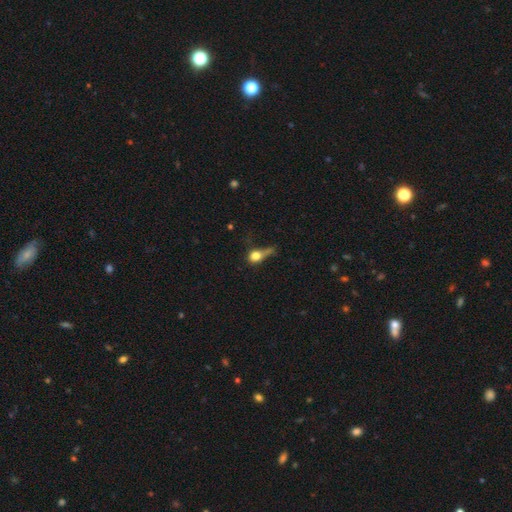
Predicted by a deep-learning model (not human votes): smooth-or-featured: smooth: 71% | featured or disk: 17% | star or artifact: 12%
  how-rounded: round: 61% | in between: 32% | cigar-shaped: 7%
  merging: major disturbance: 37% | none: 27% | minor disturbance: 23% | merger: 13%